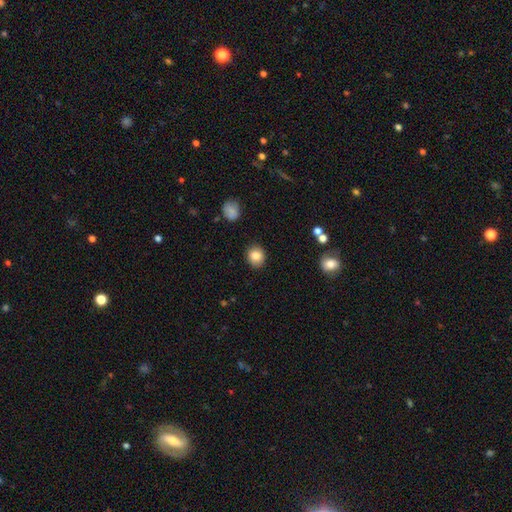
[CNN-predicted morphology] The model was most divided on "how rounded": round: 73%, in between: 26%, cigar-shaped: 1%. More confident: merging — none (89%); smooth or featured — smooth (84%).